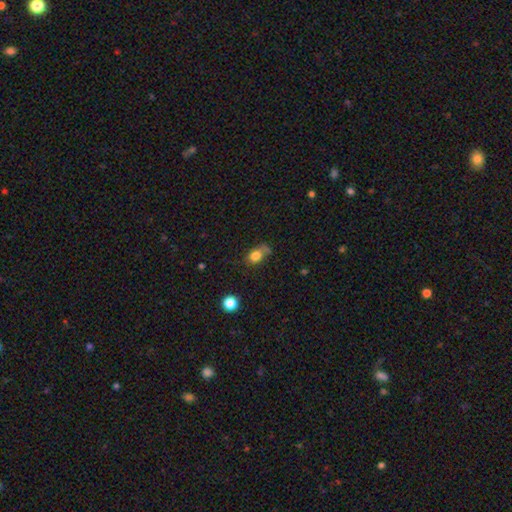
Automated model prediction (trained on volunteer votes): This is likely a smooth galaxy (78%). How rounded: likely in between (60%). Merging: marginally none (42%).